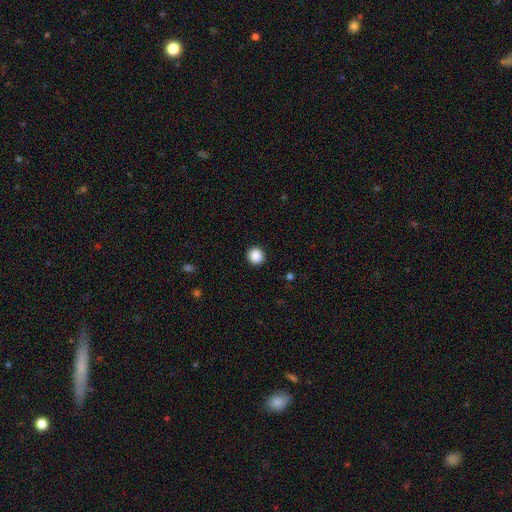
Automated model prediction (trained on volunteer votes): smooth 88%, star or artifact 9%, featured or disk 3%. Down the decision tree: how rounded — round (92%); merging — none (92%).